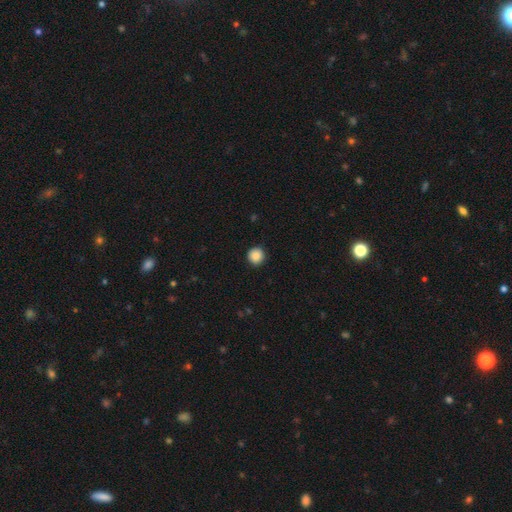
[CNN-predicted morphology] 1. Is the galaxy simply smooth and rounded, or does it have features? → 88% smooth, 9% star or artifact, 3% featured or disk.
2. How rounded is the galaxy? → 94% round, 5% in between, 1% cigar-shaped.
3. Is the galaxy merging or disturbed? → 92% none, 5% minor disturbance, 2% major disturbance, 1% merger.